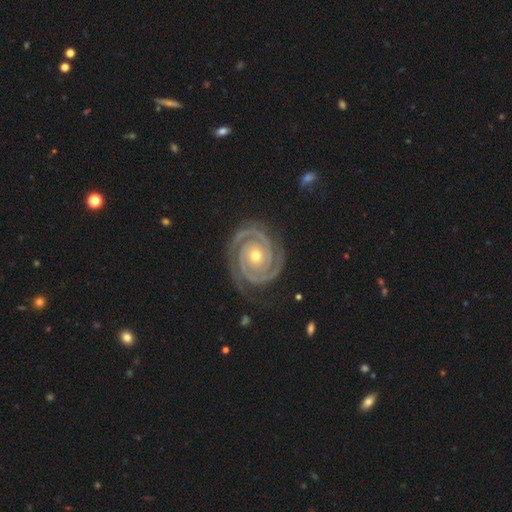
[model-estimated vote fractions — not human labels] Smooth or featured? featured or disk (94%)
Edge-on disk? no (98%)
Bar? no (78%)
Spiral arms? yes (99%)
Spiral winding? tight (87%)
Spiral arm count? 2 (87%)
Bulge size? moderate (53%)
Merging? none (84%)